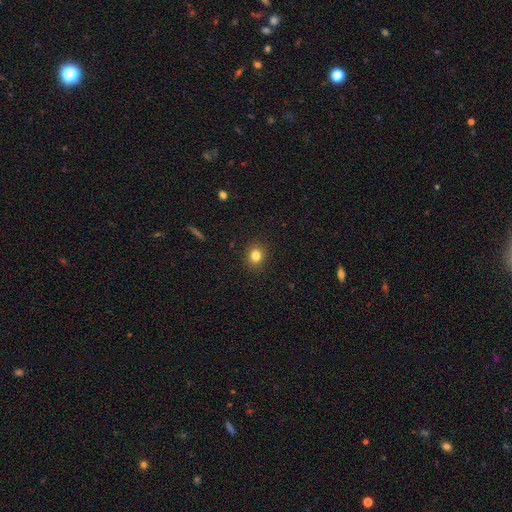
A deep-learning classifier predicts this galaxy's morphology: A smooth galaxy with no disk features (82%) that is round (75%). Merging: none (90%).